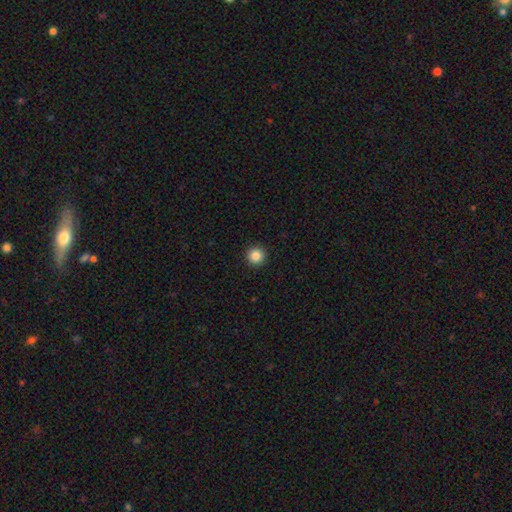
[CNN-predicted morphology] Smooth or featured? smooth (85%)
How rounded? round (96%)
Merging? none (94%)